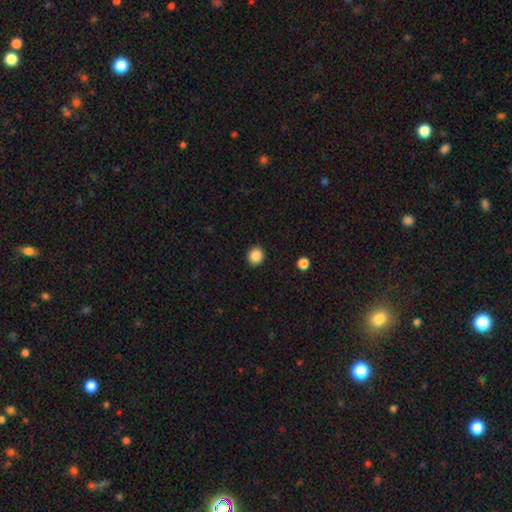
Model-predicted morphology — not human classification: A smooth galaxy with no disk features (87%) that is round (85%).

Vote fractions:
- Smooth or featured? smooth: 87% / star or artifact: 10% / featured or disk: 3%
- How rounded? round: 85% / in between: 14% / cigar-shaped: 1%
- Merging? none: 92% / minor disturbance: 5% / major disturbance: 2% / merger: 1%